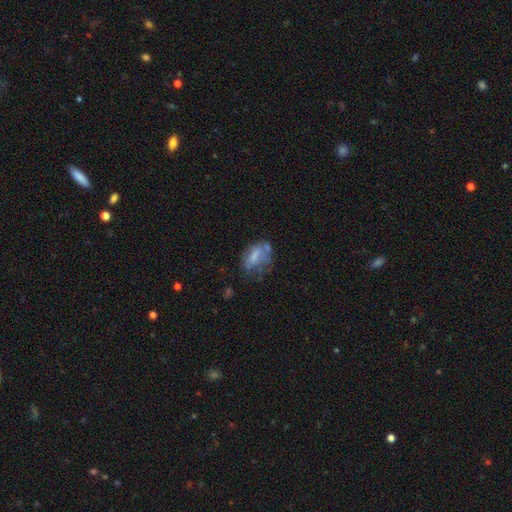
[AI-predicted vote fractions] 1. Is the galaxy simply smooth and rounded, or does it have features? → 49% smooth, 40% featured or disk, 12% star or artifact.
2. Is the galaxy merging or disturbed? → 35% none, 26% minor disturbance, 26% major disturbance, 13% merger.